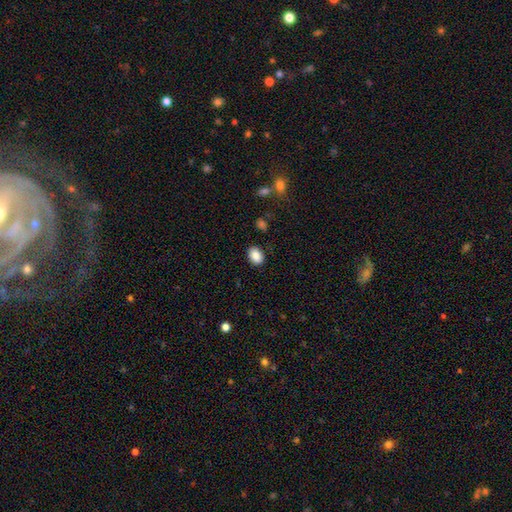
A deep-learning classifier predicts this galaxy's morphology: This appears to be a smooth galaxy with no disk features (88%) that is in between round and cigar-shaped (81%). Merging: none (87%).